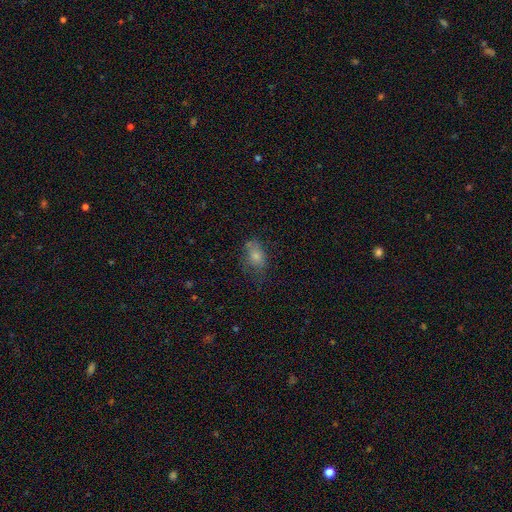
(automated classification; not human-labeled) A smooth galaxy with no disk features (63%) that is in between round and cigar-shaped (75%). Merging: none (59%).